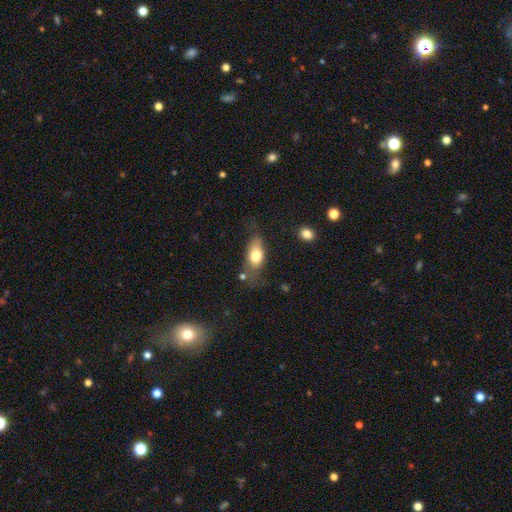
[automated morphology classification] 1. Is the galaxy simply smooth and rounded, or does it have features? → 74% smooth, 18% featured or disk, 7% star or artifact.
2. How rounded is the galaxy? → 84% in between, 9% cigar-shaped, 7% round.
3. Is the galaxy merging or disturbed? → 55% none, 28% minor disturbance, 13% major disturbance, 5% merger.